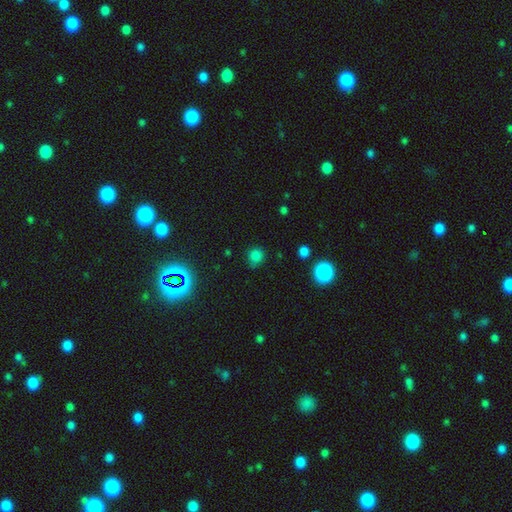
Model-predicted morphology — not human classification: The model was most divided on "smooth or featured": smooth: 76%, star or artifact: 19%, featured or disk: 5%. More confident: how rounded — round (86%); merging — none (77%).